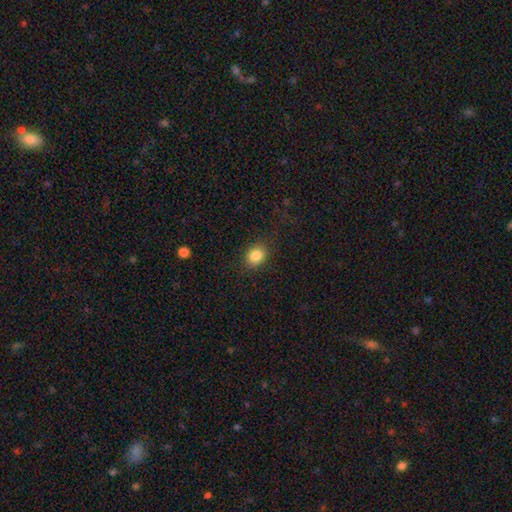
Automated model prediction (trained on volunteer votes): A smooth galaxy with no disk features (84%) that is round (56%).

Vote fractions:
- Smooth or featured? smooth: 84% / star or artifact: 10% / featured or disk: 6%
- How rounded? round: 56% / in between: 43% / cigar-shaped: 1%
- Merging? none: 85% / minor disturbance: 10% / major disturbance: 4% / merger: 1%